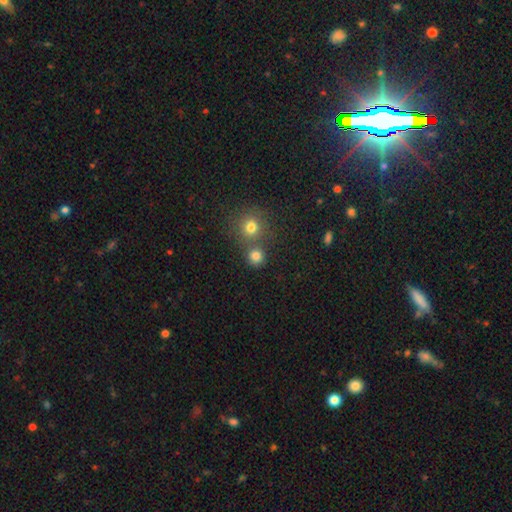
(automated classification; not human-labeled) Morphology: type=smooth (80%); roundness=round (90%); merging=none (69%).